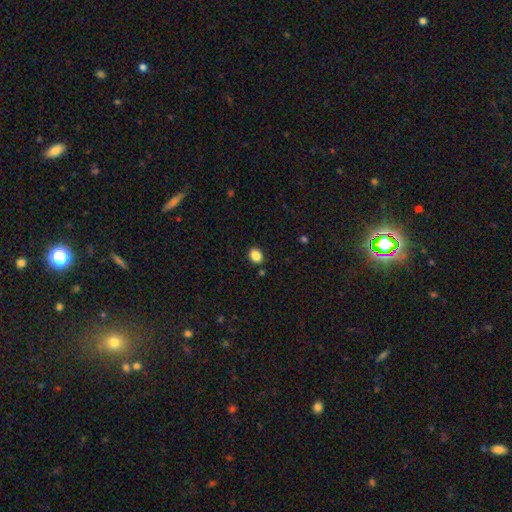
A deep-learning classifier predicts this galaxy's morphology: smooth-or-featured: smooth: 87% | star or artifact: 10% | featured or disk: 4%
  how-rounded: in between: 57% | round: 42% | cigar-shaped: 1%
  merging: none: 87% | minor disturbance: 8% | merger: 2% | major disturbance: 2%